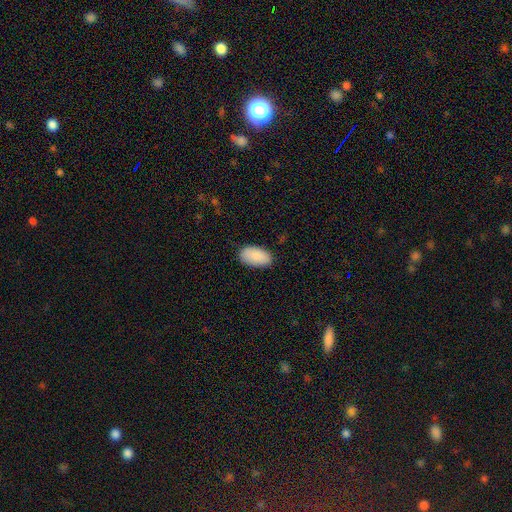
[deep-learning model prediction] Morphology: type=smooth (89%); roundness=in between (95%); merging=none (84%).